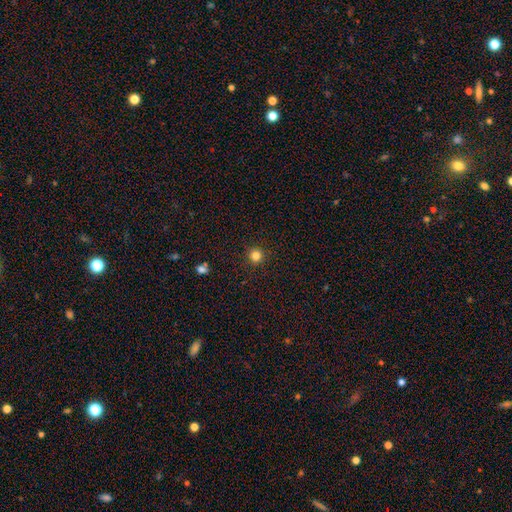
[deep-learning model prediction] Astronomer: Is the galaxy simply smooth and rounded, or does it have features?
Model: smooth — 83%.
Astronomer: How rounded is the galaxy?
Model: round — 95%.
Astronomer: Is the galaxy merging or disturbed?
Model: none — 92%.